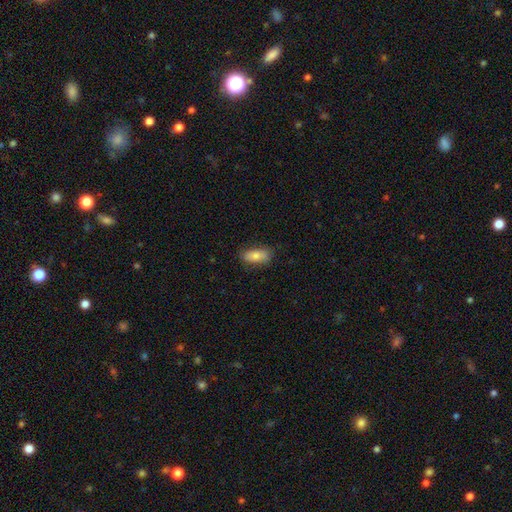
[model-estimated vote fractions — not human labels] Q: Smooth or featured?
A: smooth (75%); runner-up: featured or disk (18%)
Q: How rounded?
A: in between (84%); runner-up: cigar-shaped (13%)
Q: Merging?
A: none (80%); runner-up: minor disturbance (16%)